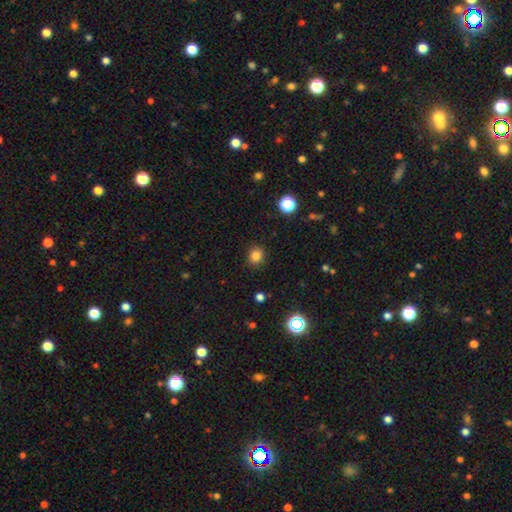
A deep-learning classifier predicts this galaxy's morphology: smooth 83%, star or artifact 13%, featured or disk 5%. Down the decision tree: how rounded — round (85%); merging — none (90%).